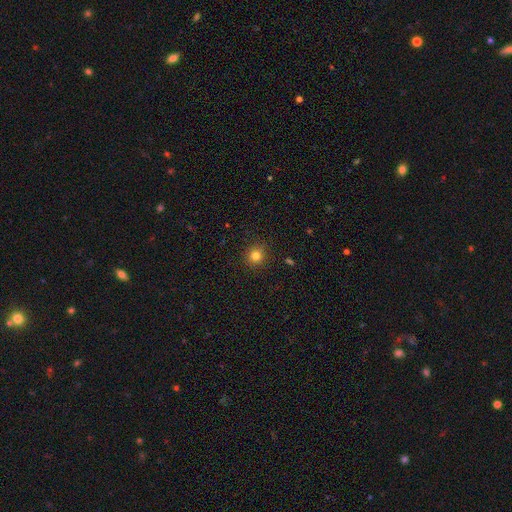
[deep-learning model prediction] This is clearly a smooth galaxy (81%). How rounded: clearly round (92%). Merging: clearly none (90%).